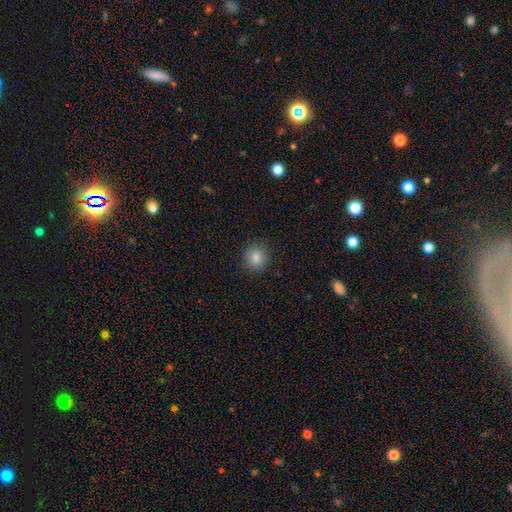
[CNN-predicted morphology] A smooth galaxy with no disk features (84%) that is round (88%).

Vote fractions:
- Smooth or featured? smooth: 84% / star or artifact: 11% / featured or disk: 5%
- How rounded? round: 88% / in between: 11% / cigar-shaped: 1%
- Merging? none: 90% / minor disturbance: 7% / major disturbance: 2% / merger: 1%